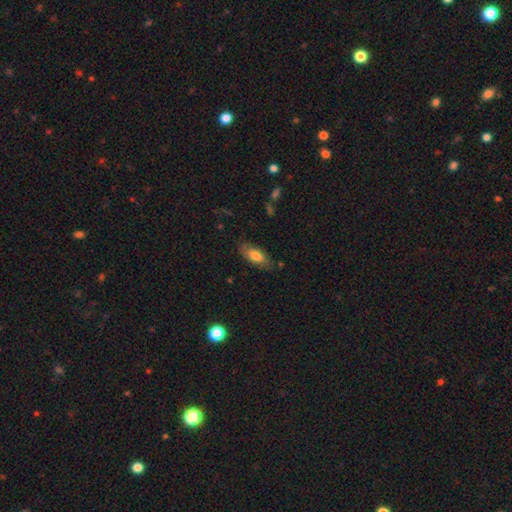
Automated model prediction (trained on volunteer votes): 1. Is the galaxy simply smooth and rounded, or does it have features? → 73% smooth, 20% featured or disk, 6% star or artifact.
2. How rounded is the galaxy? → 81% in between, 17% cigar-shaped, 3% round.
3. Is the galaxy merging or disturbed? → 80% none, 15% minor disturbance, 3% major disturbance, 2% merger.